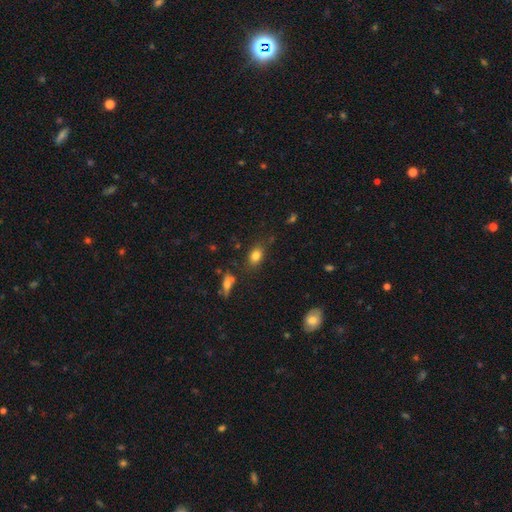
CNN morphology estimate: smooth-or-featured: smooth: 81% | star or artifact: 10% | featured or disk: 9%
  how-rounded: in between: 77% | round: 20% | cigar-shaped: 3%
  merging: none: 76% | minor disturbance: 15% | merger: 5% | major disturbance: 4%